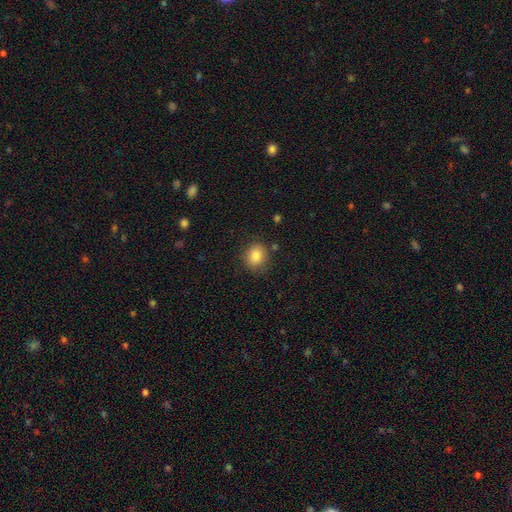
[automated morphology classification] smooth 84%, star or artifact 10%, featured or disk 6%. Down the decision tree: how rounded — round (70%); merging — none (82%).